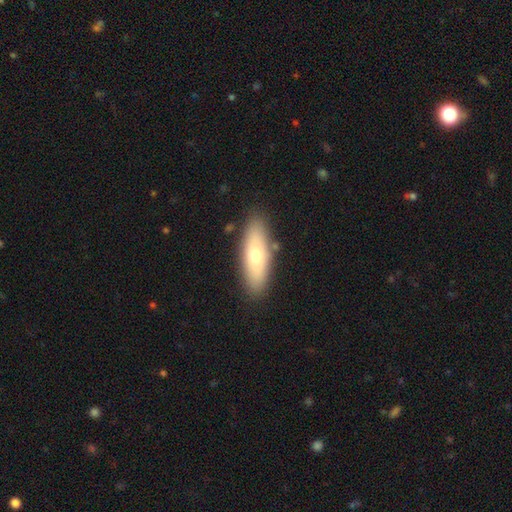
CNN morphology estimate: Smooth or featured?
  - smooth: 65% *
  - featured or disk: 29%
  - star or artifact: 6%
How rounded?
  - in between: 59% *
  - cigar-shaped: 38%
  - round: 3%
Merging?
  - none: 85% *
  - minor disturbance: 10%
  - merger: 3%
  - major disturbance: 3%